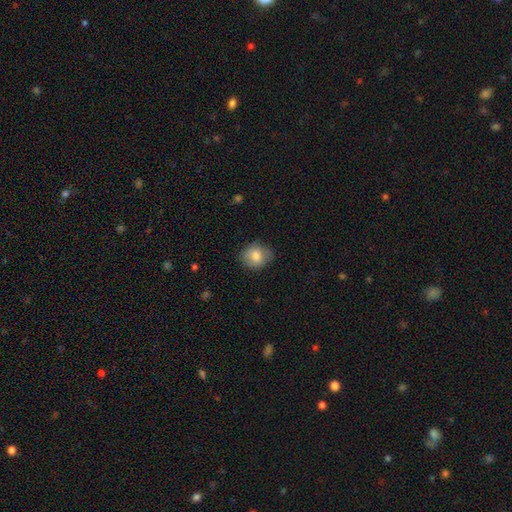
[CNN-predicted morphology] A smooth galaxy with no disk features (78%) that is round (66%). Merging: none (75%).